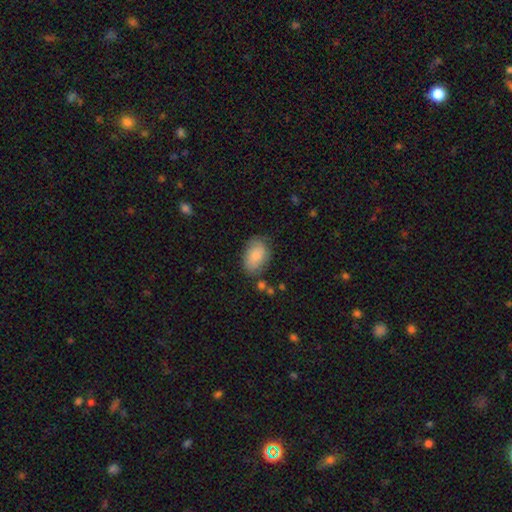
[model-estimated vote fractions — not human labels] This appears to be a smooth galaxy with no disk features (80%) that is in between round and cigar-shaped (88%). Merging: none (70%).